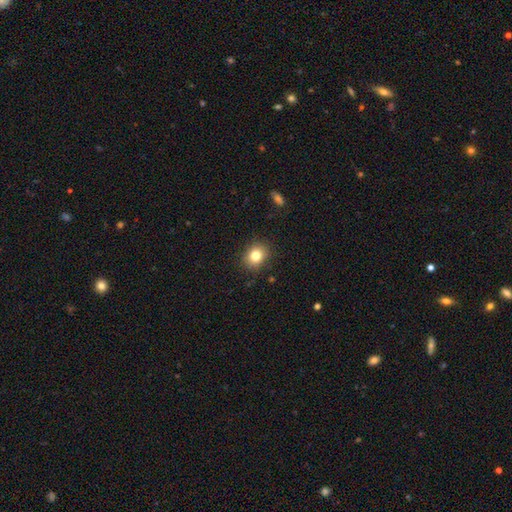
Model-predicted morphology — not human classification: This is clearly a smooth galaxy (81%). How rounded: likely round (63%). Merging: clearly none (87%).